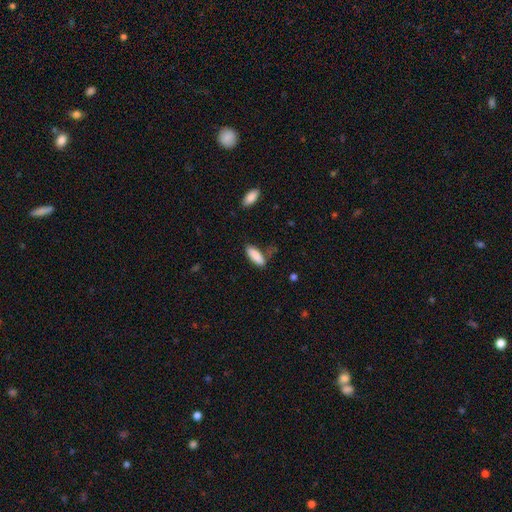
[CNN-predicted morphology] type=smooth (86%); roundness=in between (58%); merging=none (70%).